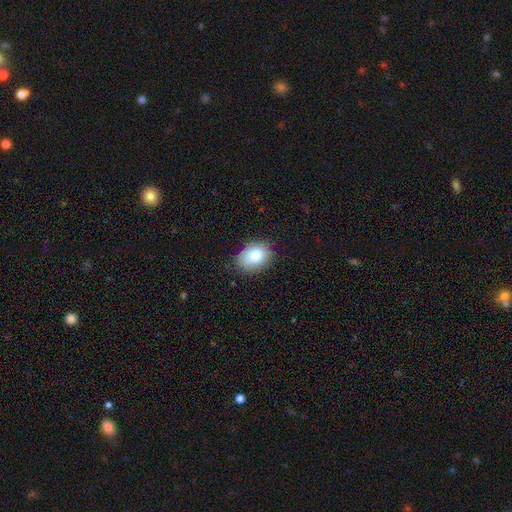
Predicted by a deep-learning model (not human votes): Smooth or featured?
  - smooth: 80% *
  - featured or disk: 11%
  - star or artifact: 9%
How rounded?
  - in between: 65% *
  - round: 34%
  - cigar-shaped: 1%
Merging?
  - none: 78% *
  - minor disturbance: 17%
  - major disturbance: 4%
  - merger: 1%